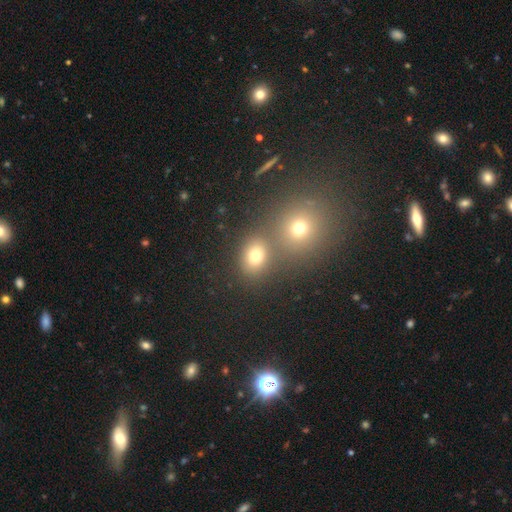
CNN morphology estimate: type=smooth (73%); roundness=round (59%); merging=none (61%).